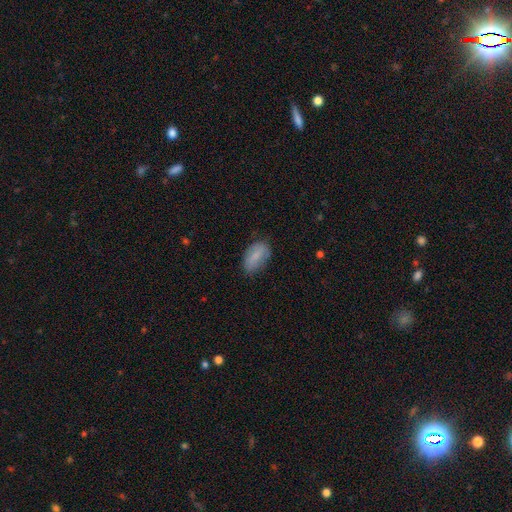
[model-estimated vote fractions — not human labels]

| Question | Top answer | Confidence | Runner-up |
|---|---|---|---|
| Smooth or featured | smooth | 77% | featured or disk (16%) |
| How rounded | in between | 92% | round (5%) |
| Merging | none | 69% | minor disturbance (23%) |